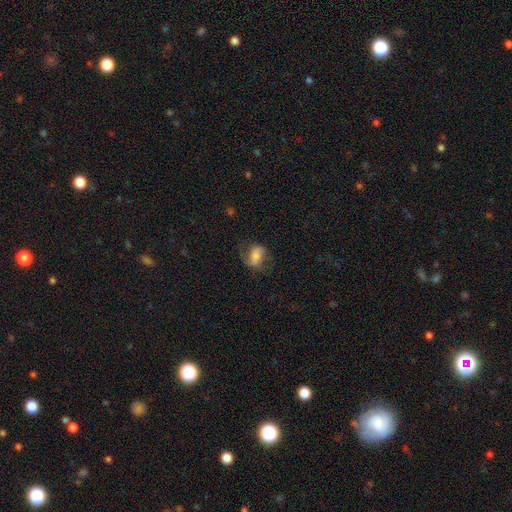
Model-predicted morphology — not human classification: type=smooth (54%); roundness=in between (76%); merging=none (59%).